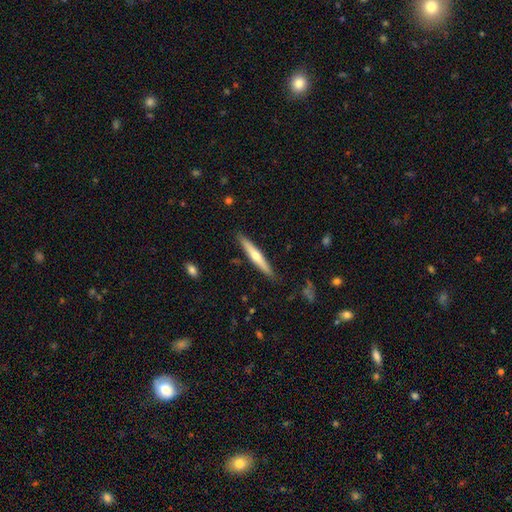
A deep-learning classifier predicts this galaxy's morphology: A featured or disk galaxy (48%).

Vote fractions:
- Smooth or featured? featured or disk: 48% / smooth: 47% / star or artifact: 5%
- Merging? none: 89% / minor disturbance: 9% / major disturbance: 2% / merger: 1%